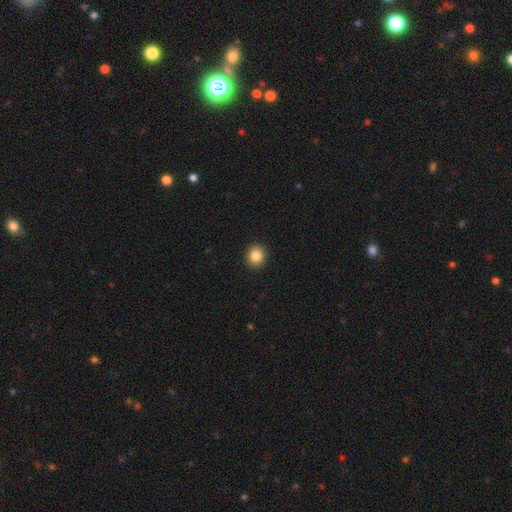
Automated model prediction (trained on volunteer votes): The model was most divided on "how rounded": round: 82%, in between: 17%, cigar-shaped: 1%. More confident: merging — none (92%); smooth or featured — smooth (85%).